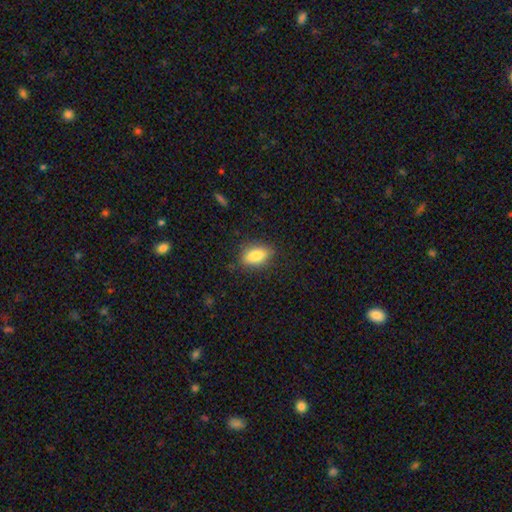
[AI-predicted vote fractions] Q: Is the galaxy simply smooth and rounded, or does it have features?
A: smooth — 83%.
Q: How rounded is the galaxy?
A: in between — 85%.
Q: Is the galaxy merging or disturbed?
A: none — 81%.